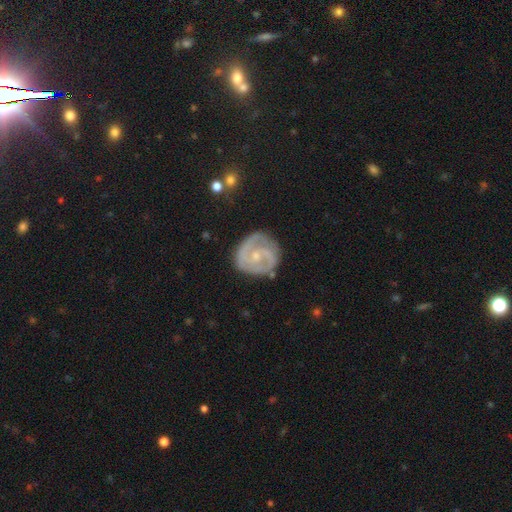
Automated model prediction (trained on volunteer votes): Q: Smooth or featured?
A: featured or disk (83%); runner-up: smooth (12%)
Q: Edge-on disk?
A: no (98%); runner-up: yes (2%)
Q: Bar?
A: no (57%); runner-up: weak (35%)
Q: Spiral arms?
A: yes (93%); runner-up: no (7%)
Q: Spiral winding?
A: tight (58%); runner-up: medium (34%)
Q: Spiral arm count?
A: 2 (64%); runner-up: can't tell (14%)
Q: Bulge size?
A: small (68%); runner-up: moderate (27%)
Q: Merging?
A: none (72%); runner-up: minor disturbance (20%)